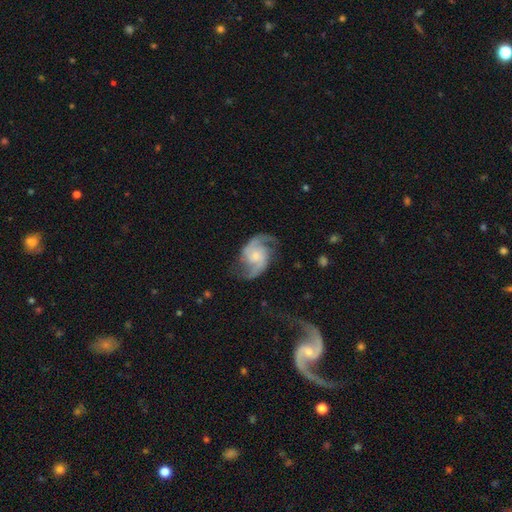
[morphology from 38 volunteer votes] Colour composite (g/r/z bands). It shows a featured or disk galaxy (87%) with no bar (67%), 2 (100%) medium (67%) spiral arms (100%) and a small central bulge (52%). Merging: none (75%).